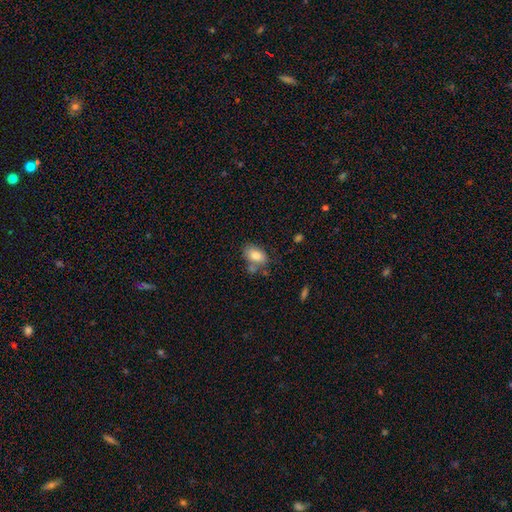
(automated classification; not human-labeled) Q: Smooth or featured?
A: smooth (81%); runner-up: featured or disk (11%)
Q: How rounded?
A: in between (88%); runner-up: round (10%)
Q: Merging?
A: none (61%); runner-up: minor disturbance (18%)